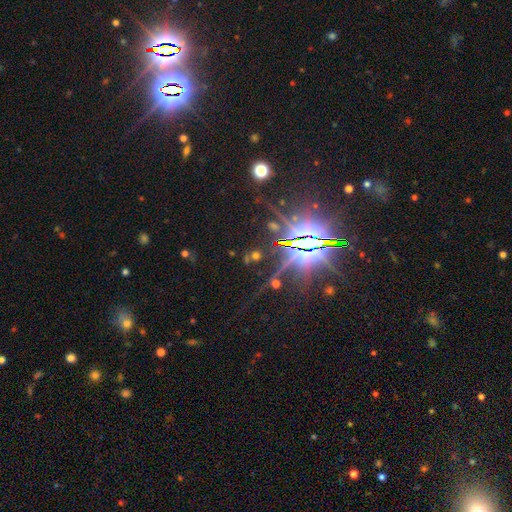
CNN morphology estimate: smooth_or_featured: star or artifact (p=0.65) [alt: smooth p=0.21]